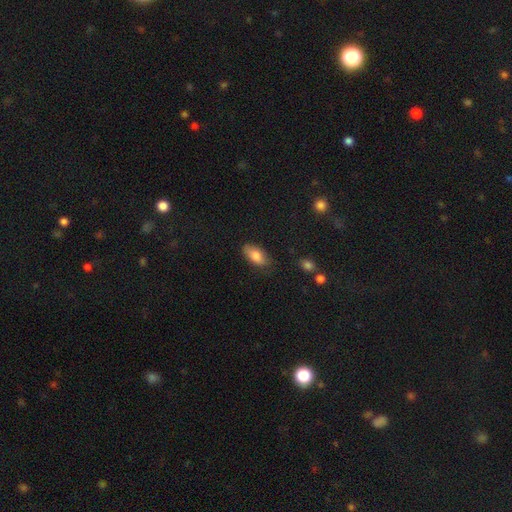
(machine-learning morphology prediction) Overall: smooth (81%). How rounded: in between (90%). Merging: none (78%).